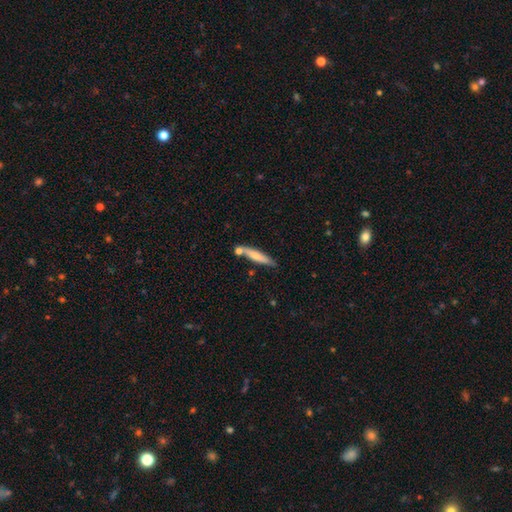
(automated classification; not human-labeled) Q: Smooth or featured?
A: smooth (62%); runner-up: featured or disk (33%)
Q: How rounded?
A: cigar-shaped (89%); runner-up: in between (10%)
Q: Merging?
A: none (67%); runner-up: minor disturbance (15%)